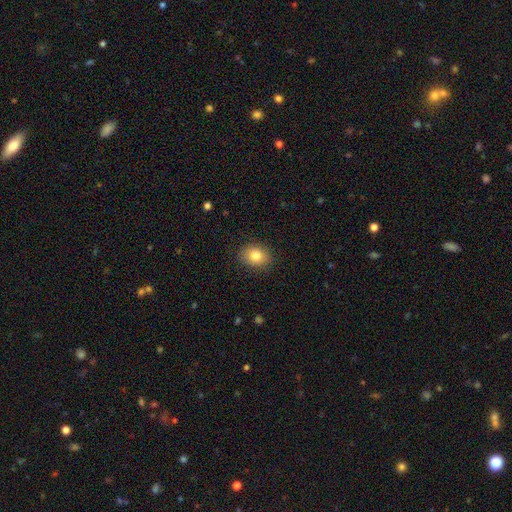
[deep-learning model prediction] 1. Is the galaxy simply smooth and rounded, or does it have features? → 82% smooth, 9% star or artifact, 9% featured or disk.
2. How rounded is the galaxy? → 55% in between, 44% round, 1% cigar-shaped.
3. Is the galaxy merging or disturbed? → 88% none, 9% minor disturbance, 2% major disturbance, 1% merger.